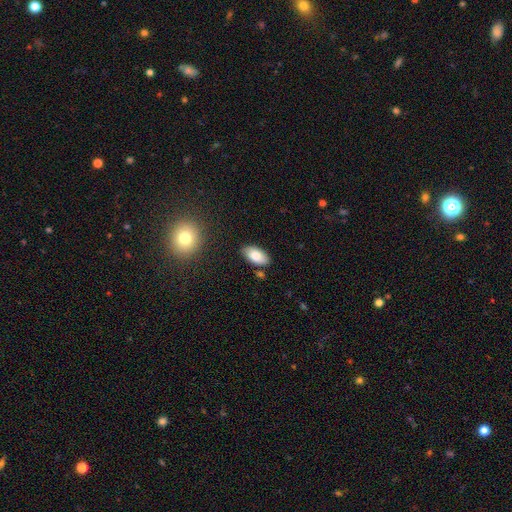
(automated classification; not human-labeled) The model was most divided on "smooth or featured": smooth: 81%, featured or disk: 12%, star or artifact: 7%. More confident: how rounded — in between (94%); merging — none (83%).